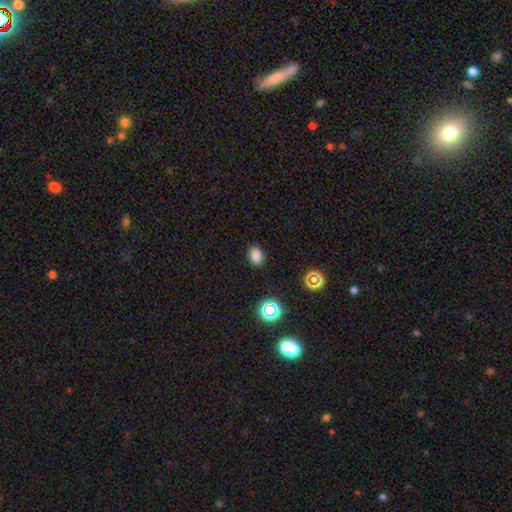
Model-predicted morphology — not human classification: Q: Smooth or featured?
A: smooth (80%); runner-up: star or artifact (16%)
Q: How rounded?
A: in between (71%); runner-up: round (28%)
Q: Merging?
A: none (86%); runner-up: minor disturbance (10%)